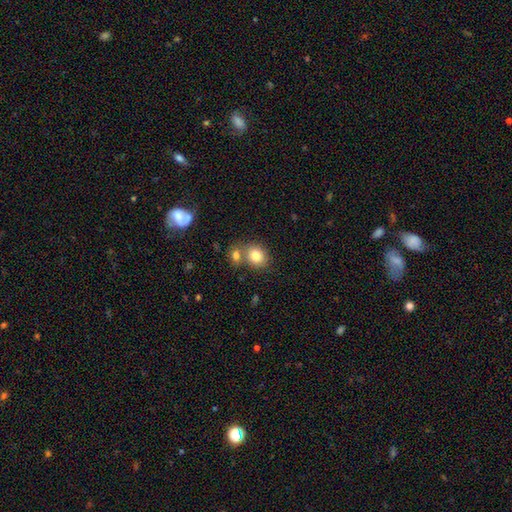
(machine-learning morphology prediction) The model was most divided on "merging": none: 53%, merger: 33%, minor disturbance: 11%, major disturbance: 3%. More confident: smooth or featured — smooth (81%); how rounded — round (60%).